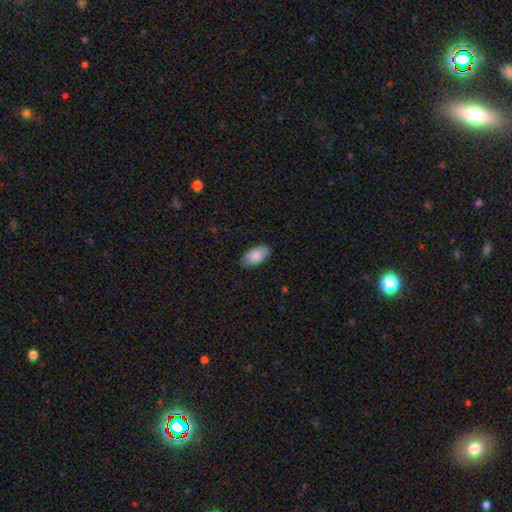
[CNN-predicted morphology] A smooth galaxy with no disk features (86%) that is in between round and cigar-shaped (95%). Merging: none (85%).